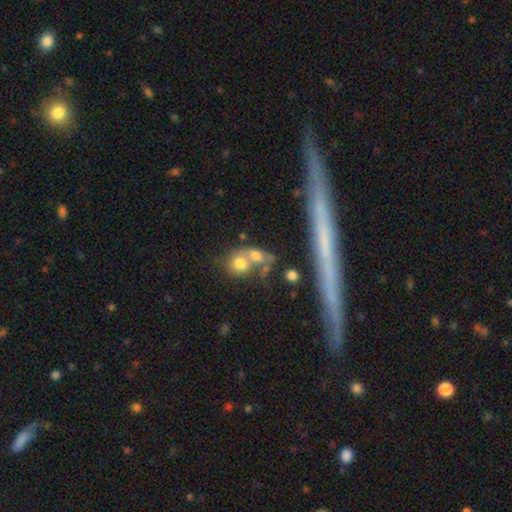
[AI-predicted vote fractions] Smooth or featured? smooth (66%)
How rounded? round (55%)
Merging? merger (52%)